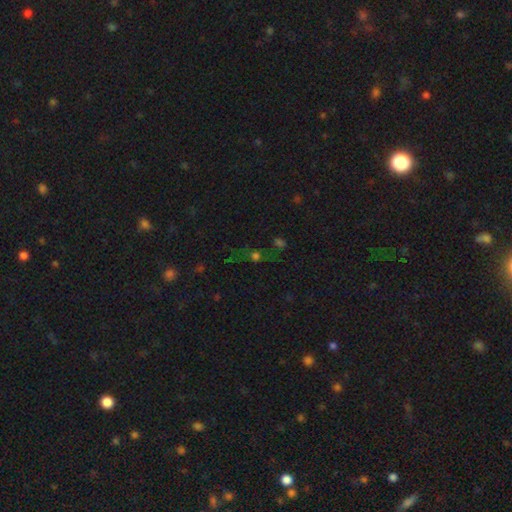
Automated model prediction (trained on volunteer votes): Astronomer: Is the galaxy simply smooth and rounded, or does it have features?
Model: star or artifact — 58%.